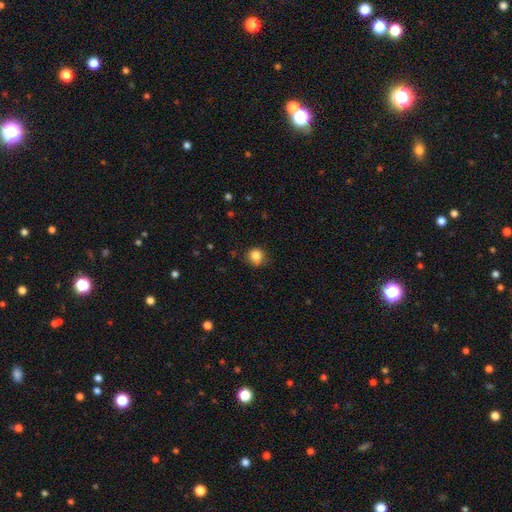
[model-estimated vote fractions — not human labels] smooth 85%, star or artifact 10%, featured or disk 5%. Down the decision tree: how rounded — round (86%); merging — none (75%).